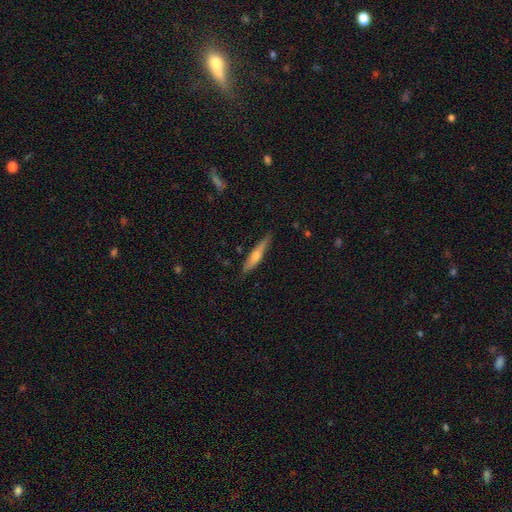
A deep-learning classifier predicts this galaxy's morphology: Smooth or featured?
  - featured or disk: 49% *
  - smooth: 45%
  - star or artifact: 6%
Merging?
  - none: 86% *
  - minor disturbance: 10%
  - major disturbance: 2%
  - merger: 1%